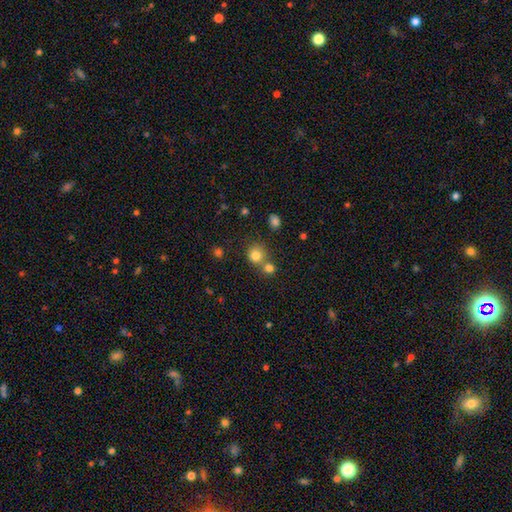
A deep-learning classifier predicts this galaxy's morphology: A smooth galaxy with no disk features (79%) that is round (87%). Merging: none (55%).